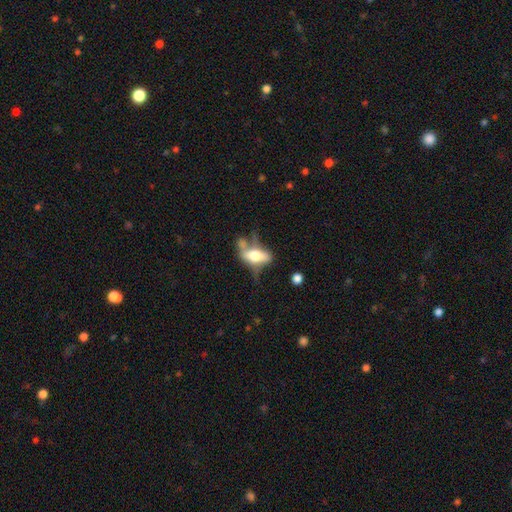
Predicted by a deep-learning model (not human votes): The model was most divided on "merging": none: 33%, major disturbance: 27%, minor disturbance: 21%, merger: 19%. More confident: edge-on disk — yes (55%); smooth or featured — featured or disk (51%).